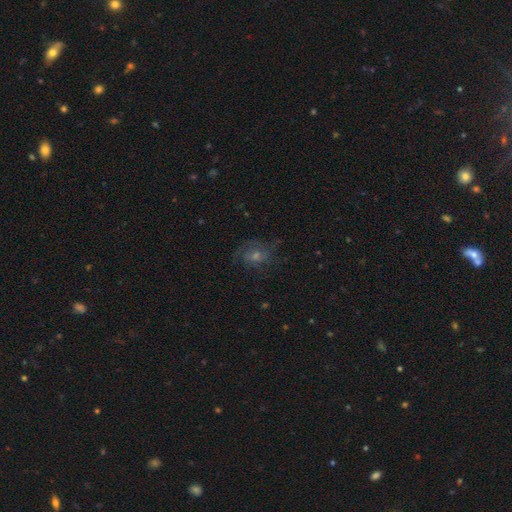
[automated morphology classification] This is possibly a featured or disk galaxy (51%). It is clearly not viewed edge-on (96%). Merging: likely none (69%).